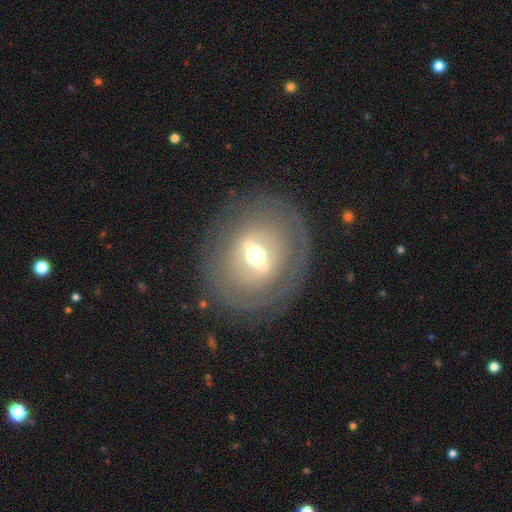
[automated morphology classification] smooth-or-featured: featured or disk: 75% | smooth: 17% | star or artifact: 8%
  disk-edge-on: no: 83% | yes: 17%
    bar: strong: 62% | weak: 26% | no: 11%
    has-spiral-arms: no: 58% | yes: 42%
    bulge-size: moderate: 66% | large: 16% | small: 14% | dominant: 2% | none: 1%
  merging: none: 78% | minor disturbance: 11% | major disturbance: 9% | merger: 1%